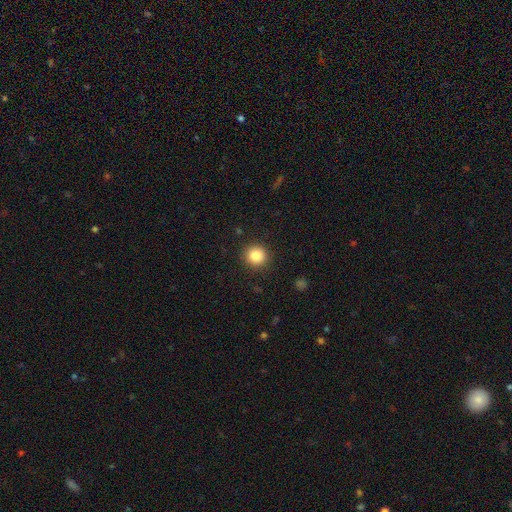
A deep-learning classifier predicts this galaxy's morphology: Smooth or featured? Predicted: smooth (p=0.85). How rounded? Predicted: round (p=0.93). Merging? Predicted: none (p=0.91).